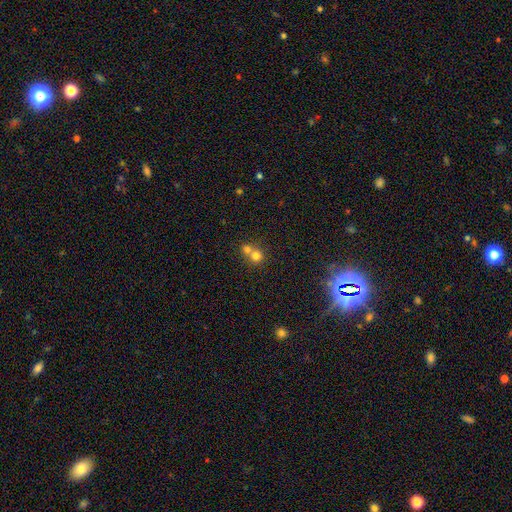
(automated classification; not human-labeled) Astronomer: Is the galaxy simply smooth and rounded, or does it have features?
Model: smooth — 75%.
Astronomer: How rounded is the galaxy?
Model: round — 86%.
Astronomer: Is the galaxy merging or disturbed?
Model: merger — 59%.